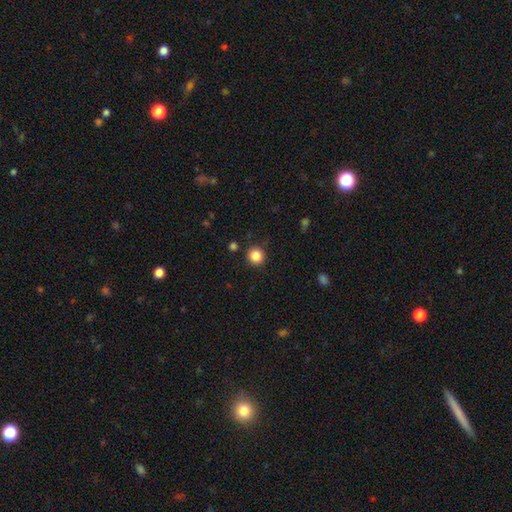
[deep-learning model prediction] smooth 85%, star or artifact 11%, featured or disk 4%. Down the decision tree: how rounded — round (92%); merging — none (89%).